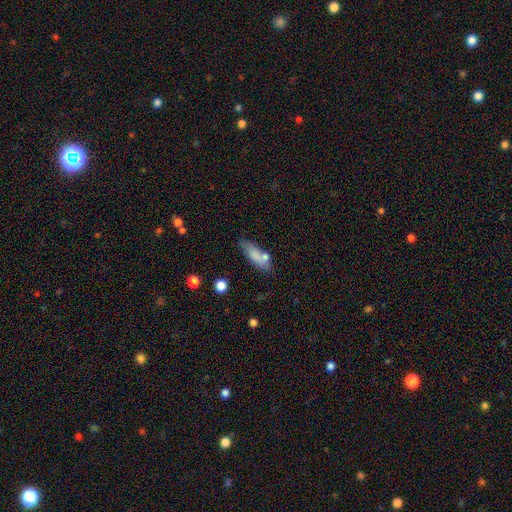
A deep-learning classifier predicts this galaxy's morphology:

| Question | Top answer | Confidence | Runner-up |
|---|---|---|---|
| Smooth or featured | smooth | 77% | featured or disk (16%) |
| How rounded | in between | 61% | cigar-shaped (36%) |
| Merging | none | 62% | minor disturbance (19%) |